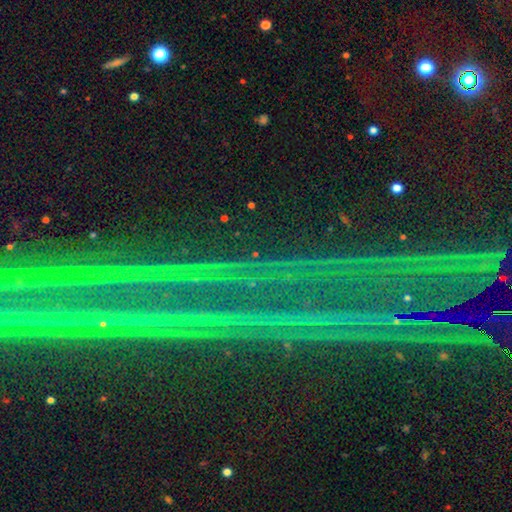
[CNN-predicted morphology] A star or artifact, not a galaxy (86%).